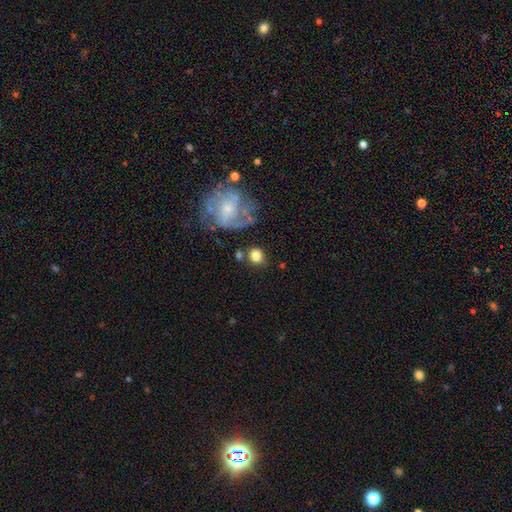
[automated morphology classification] smooth 76%, featured or disk 15%, star or artifact 8%. Down the decision tree: how rounded — round (74%); merging — none (73%).